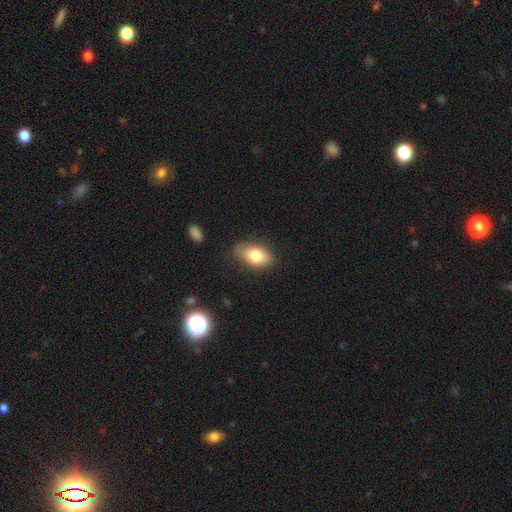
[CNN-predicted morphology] The model was most divided on "merging": none: 76%, minor disturbance: 18%, major disturbance: 4%, merger: 2%. More confident: how rounded — in between (90%); smooth or featured — smooth (79%).